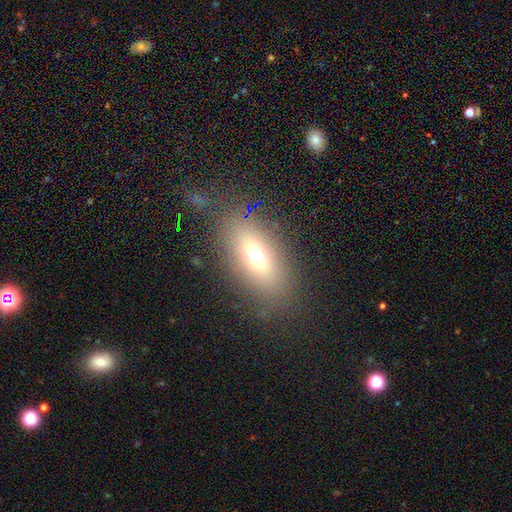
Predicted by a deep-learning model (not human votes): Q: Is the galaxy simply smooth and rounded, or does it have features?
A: smooth — 63%.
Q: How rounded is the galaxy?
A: in between — 78%.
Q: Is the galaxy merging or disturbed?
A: none — 80%.